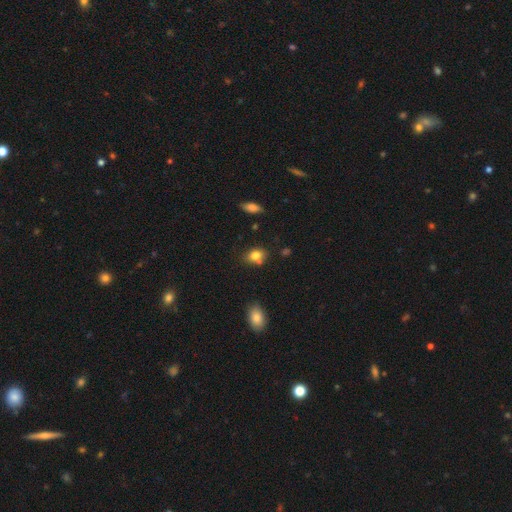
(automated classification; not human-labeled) A smooth galaxy with no disk features (80%) that is in between round and cigar-shaped (61%). Merging: none (64%).